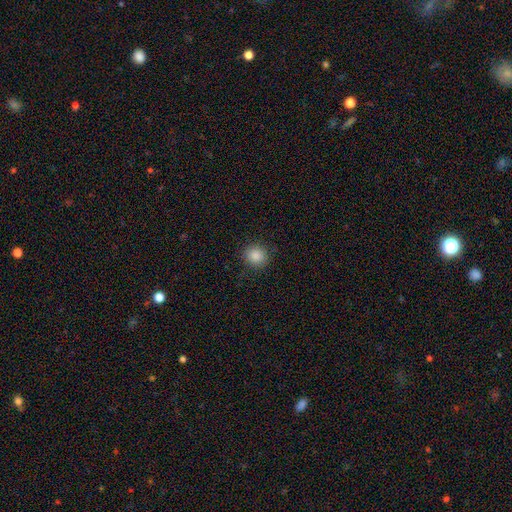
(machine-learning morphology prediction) Smooth or featured?
  - smooth: 87% *
  - star or artifact: 10%
  - featured or disk: 3%
How rounded?
  - round: 86% *
  - in between: 13%
  - cigar-shaped: 1%
Merging?
  - none: 89% *
  - minor disturbance: 8%
  - major disturbance: 3%
  - merger: 1%